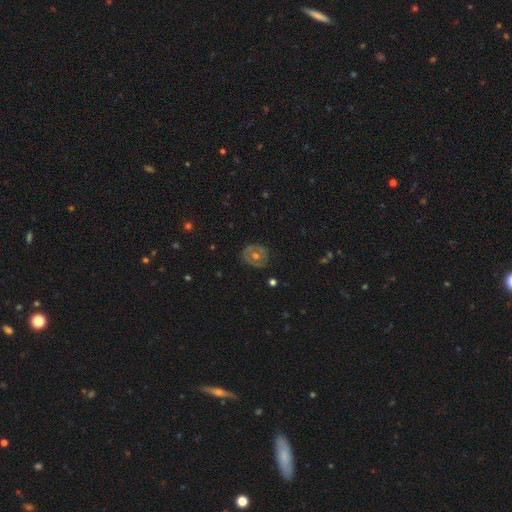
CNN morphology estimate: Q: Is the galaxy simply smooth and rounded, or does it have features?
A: featured or disk — 56%.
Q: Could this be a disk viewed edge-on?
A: no — 96%.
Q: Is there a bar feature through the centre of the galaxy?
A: no — 82%.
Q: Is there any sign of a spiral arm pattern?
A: no — 65%.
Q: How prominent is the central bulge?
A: moderate — 68%.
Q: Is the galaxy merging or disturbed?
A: none — 81%.